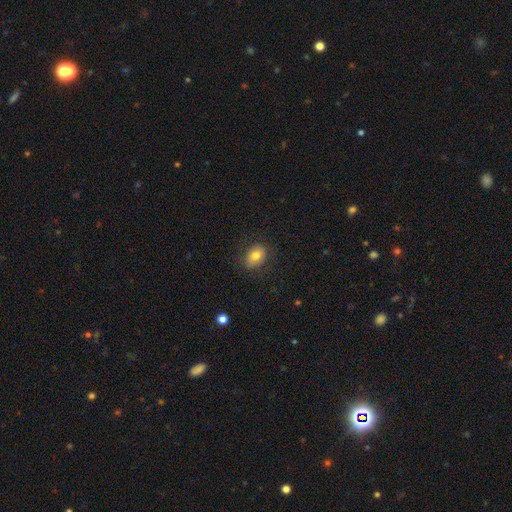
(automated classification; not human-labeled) The model was most divided on "how rounded": in between: 70%, round: 29%, cigar-shaped: 1%. More confident: merging — none (82%); smooth or featured — smooth (76%).